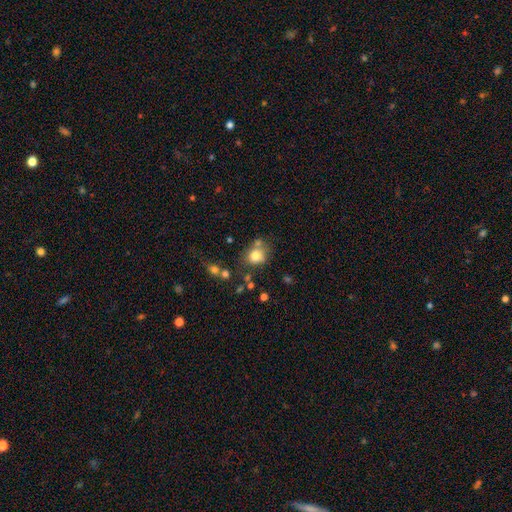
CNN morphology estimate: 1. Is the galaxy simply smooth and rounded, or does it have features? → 79% smooth, 11% star or artifact, 10% featured or disk.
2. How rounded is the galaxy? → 68% round, 31% in between, 1% cigar-shaped.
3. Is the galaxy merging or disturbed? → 58% none, 18% merger, 17% minor disturbance, 7% major disturbance.